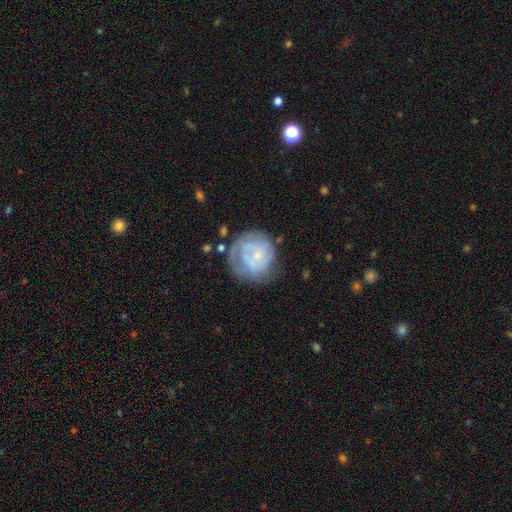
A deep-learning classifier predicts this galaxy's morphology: featured or disk 63%, smooth 29%, star or artifact 8%. Down the decision tree: edge-on disk — no (98%); bar — no (72%); spiral arms — yes (71%); bulge size — small (70%); merging — none (60%).